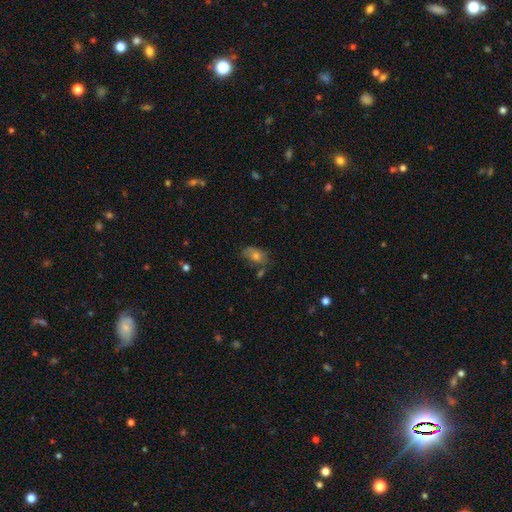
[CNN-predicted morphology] type=smooth (63%); roundness=in between (81%); merging=none (50%).